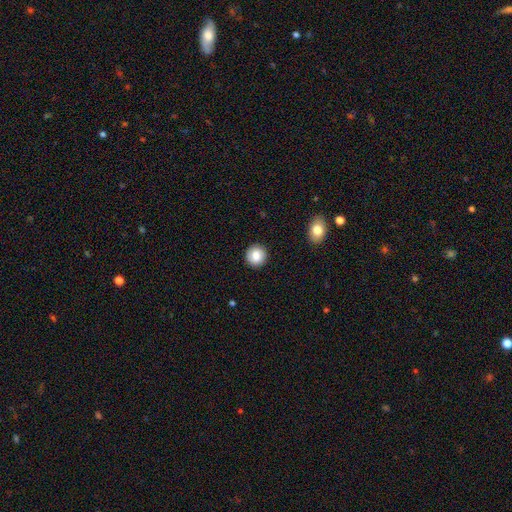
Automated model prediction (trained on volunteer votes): smooth 82%, featured or disk 9%, star or artifact 8%. Down the decision tree: how rounded — round (93%); merging — none (91%).